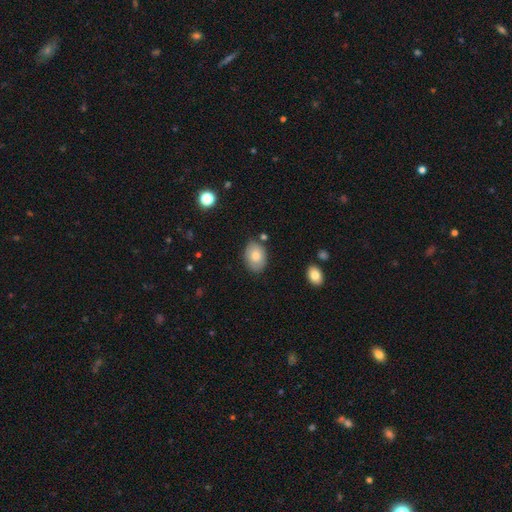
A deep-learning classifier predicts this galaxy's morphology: A smooth galaxy with no disk features (80%) that is in between round and cigar-shaped (81%). Merging: none (78%).